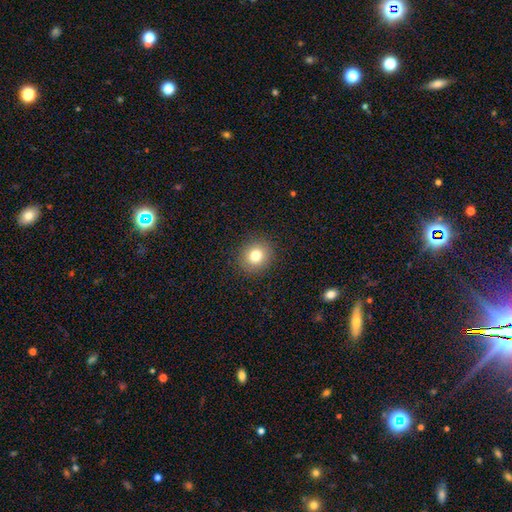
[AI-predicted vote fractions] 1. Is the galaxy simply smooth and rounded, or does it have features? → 79% smooth, 12% star or artifact, 9% featured or disk.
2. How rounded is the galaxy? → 85% round, 14% in between, 1% cigar-shaped.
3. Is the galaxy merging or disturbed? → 91% none, 6% minor disturbance, 2% major disturbance, 1% merger.